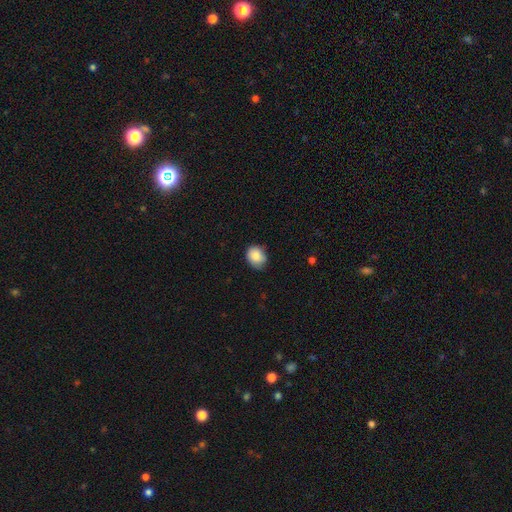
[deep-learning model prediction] Smooth or featured? smooth (86%)
How rounded? round (58%)
Merging? none (70%)